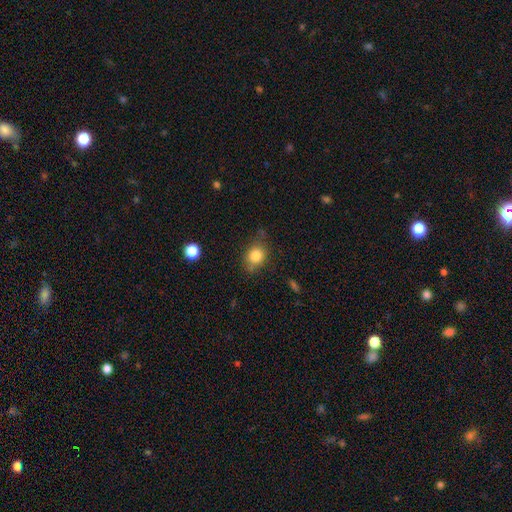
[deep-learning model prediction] Smooth or featured?
  - smooth: 82% *
  - star or artifact: 10%
  - featured or disk: 8%
How rounded?
  - round: 59% *
  - in between: 40%
  - cigar-shaped: 1%
Merging?
  - none: 70% *
  - minor disturbance: 20%
  - major disturbance: 6%
  - merger: 4%